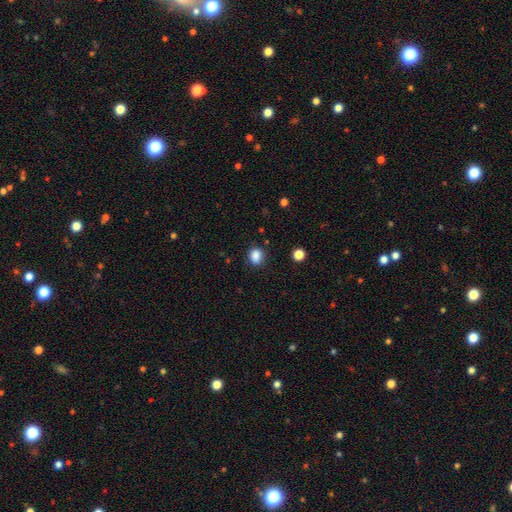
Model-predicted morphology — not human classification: Smooth or featured: smooth — 86% (star or artifact — 10%)
How rounded: round — 52% (in between — 47%)
Merging: none — 83% (minor disturbance — 12%)